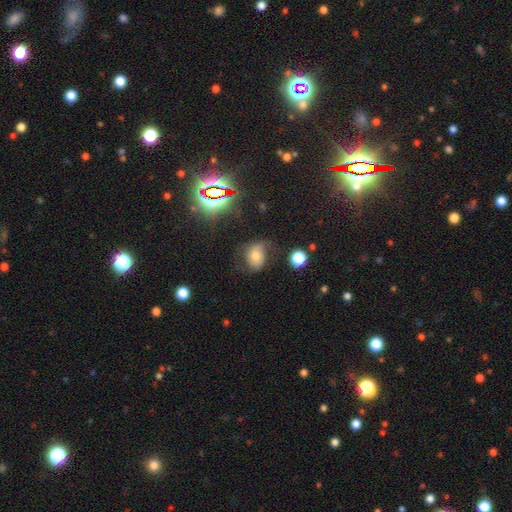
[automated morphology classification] smooth-or-featured: smooth: 42% (tied) | featured or disk: 42% (tied) | star or artifact: 16%
  merging: none: 45% | minor disturbance: 28% | major disturbance: 25% | merger: 3%